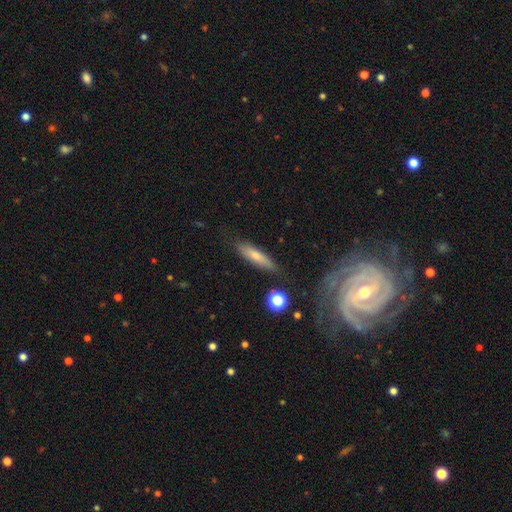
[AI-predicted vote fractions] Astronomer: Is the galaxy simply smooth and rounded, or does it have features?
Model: smooth — 65%.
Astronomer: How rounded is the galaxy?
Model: cigar-shaped — 76%.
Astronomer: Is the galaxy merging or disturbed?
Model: none — 80%.